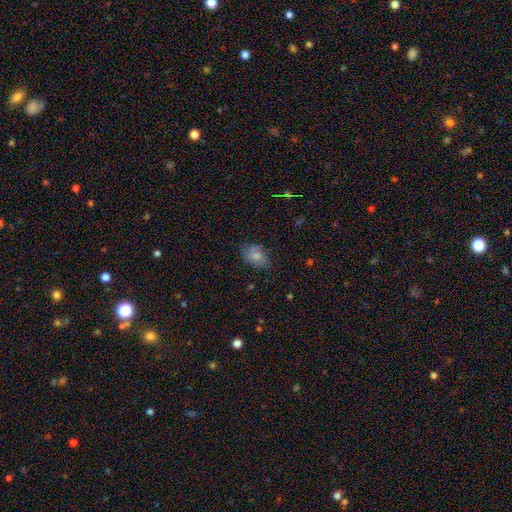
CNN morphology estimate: smooth_or_featured: smooth (p=0.76) [alt: featured or disk p=0.15]
how_rounded: in between (p=0.85) [alt: round p=0.13]
merging: none (p=0.70) [alt: minor disturbance p=0.23]